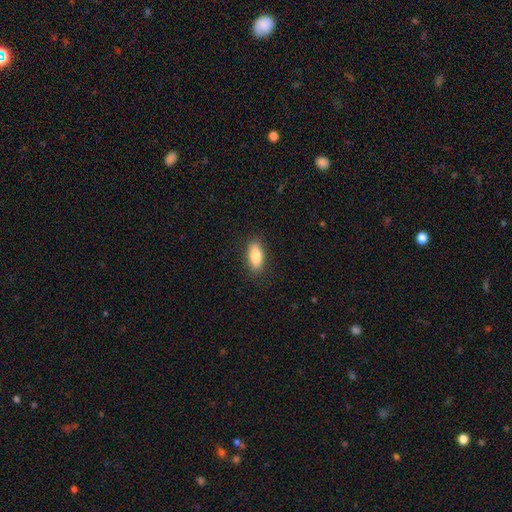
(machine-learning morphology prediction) Smooth or featured?
  - smooth: 82% *
  - featured or disk: 12%
  - star or artifact: 7%
How rounded?
  - in between: 84% *
  - cigar-shaped: 12%
  - round: 3%
Merging?
  - none: 87% *
  - minor disturbance: 10%
  - major disturbance: 2%
  - merger: 1%